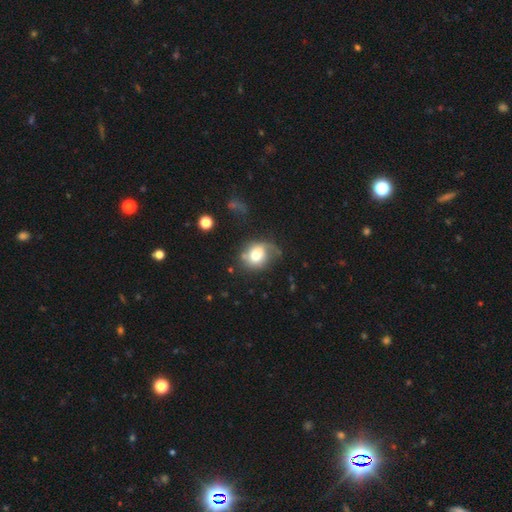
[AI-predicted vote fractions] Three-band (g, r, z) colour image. It shows a smooth galaxy with no disk features (64%) that is round (68%). Merging: none (42%).